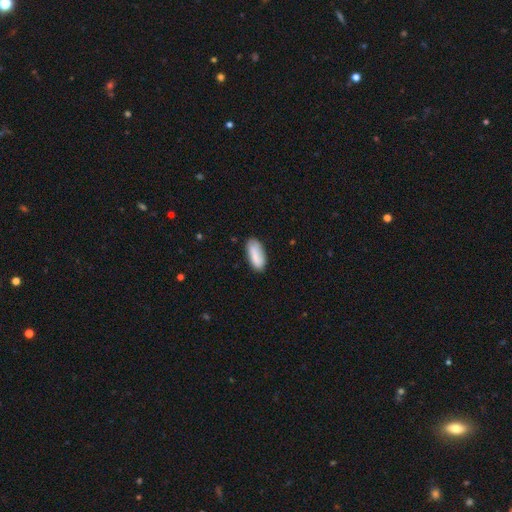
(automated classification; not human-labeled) Smooth or featured? smooth (82%)
How rounded? in between (84%)
Merging? none (77%)